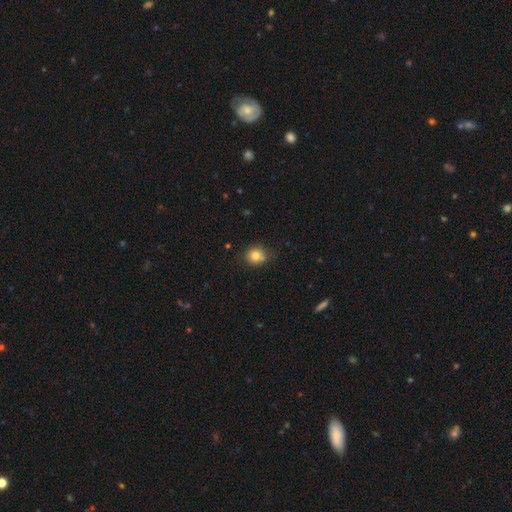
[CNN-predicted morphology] smooth-or-featured: smooth: 79% | star or artifact: 12% | featured or disk: 9%
  how-rounded: round: 81% | in between: 18% | cigar-shaped: 1%
  merging: none: 71% | minor disturbance: 18% | merger: 7% | major disturbance: 4%